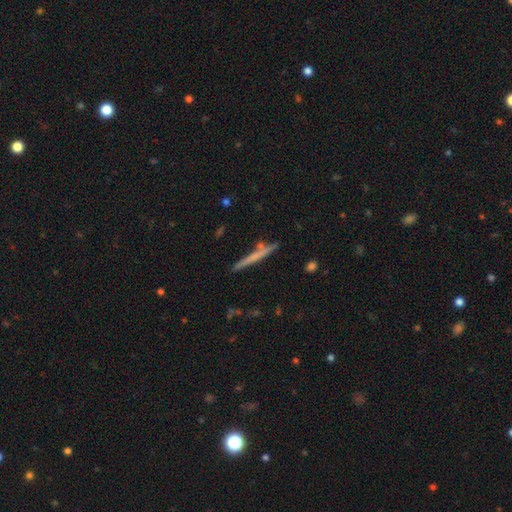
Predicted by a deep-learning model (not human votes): smooth-or-featured: smooth: 49% | featured or disk: 45% | star or artifact: 7%
  merging: none: 82% | minor disturbance: 11% | merger: 5% | major disturbance: 2%